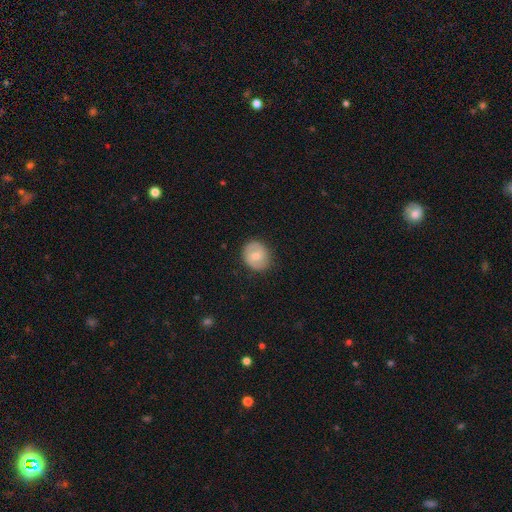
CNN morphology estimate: smooth-or-featured: smooth: 51% | featured or disk: 42% | star or artifact: 7%
  how-rounded: round: 73% | in between: 26% | cigar-shaped: 1%
  merging: none: 84% | minor disturbance: 12% | major disturbance: 3% | merger: 1%